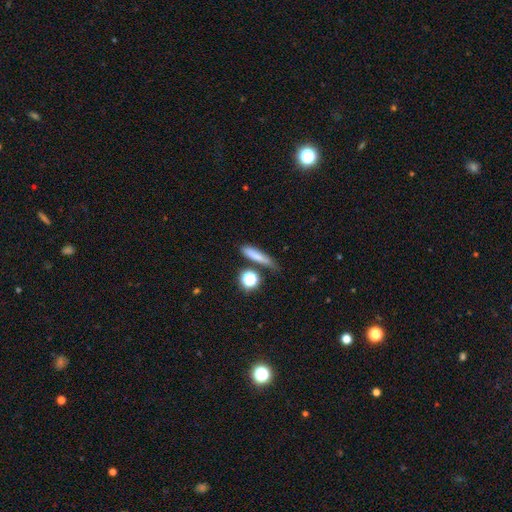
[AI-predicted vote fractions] A smooth galaxy with no disk features (76%) that is cigar-shaped (70%).

Vote fractions:
- Smooth or featured? smooth: 76% / featured or disk: 13% / star or artifact: 11%
- How rounded? cigar-shaped: 70% / in between: 20% / round: 10%
- Merging? none: 68% / minor disturbance: 18% / merger: 8% / major disturbance: 6%